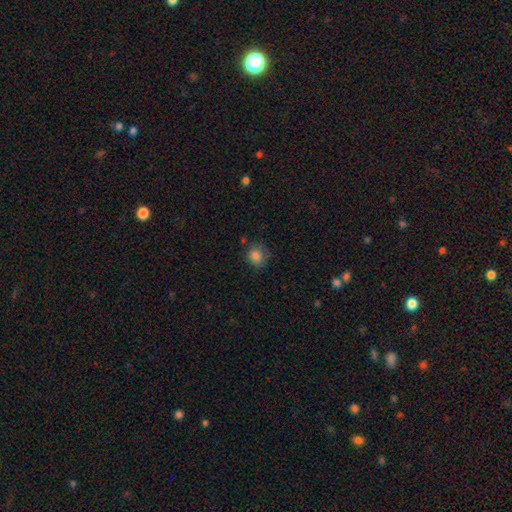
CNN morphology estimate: Smooth or featured? smooth (85%)
How rounded? round (79%)
Merging? none (75%)